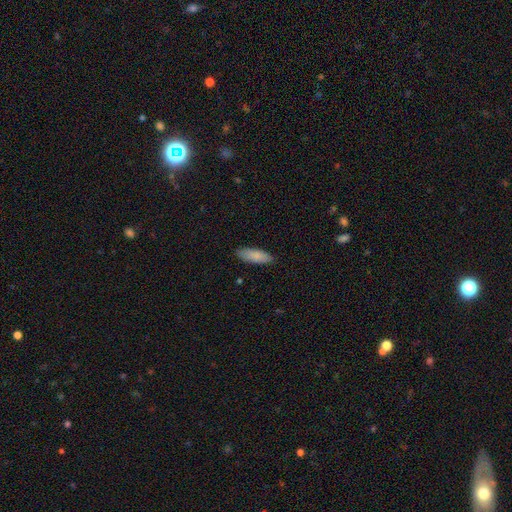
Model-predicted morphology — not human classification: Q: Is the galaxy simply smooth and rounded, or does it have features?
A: smooth — 85%.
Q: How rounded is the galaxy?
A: in between — 65%.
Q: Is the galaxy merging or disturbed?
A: none — 86%.